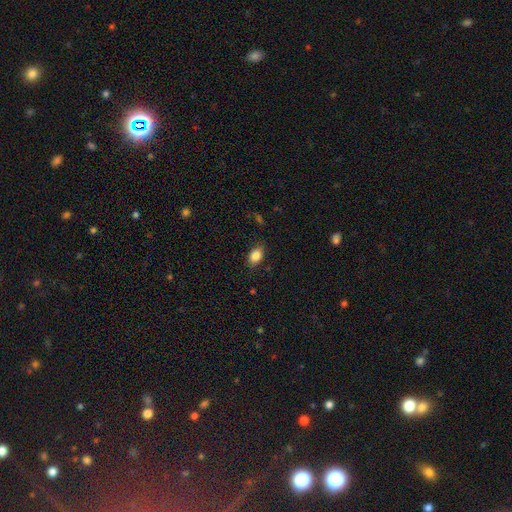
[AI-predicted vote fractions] smooth-or-featured: smooth: 85% | star or artifact: 8% | featured or disk: 6%
  how-rounded: in between: 83% | round: 15% | cigar-shaped: 2%
  merging: none: 83% | minor disturbance: 13% | major disturbance: 3% | merger: 1%